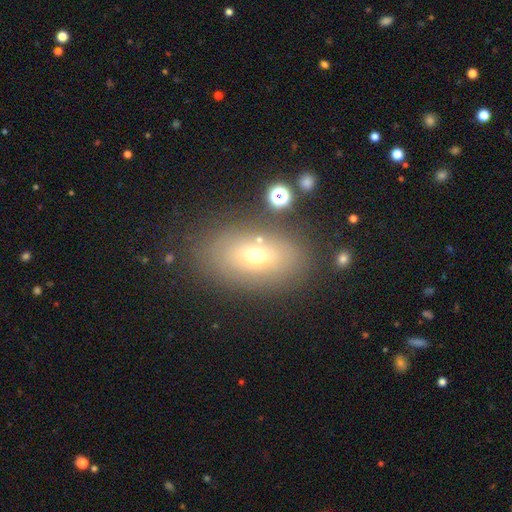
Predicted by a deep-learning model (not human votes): The model was most divided on "smooth or featured": smooth: 57%, featured or disk: 29%, star or artifact: 14%. More confident: how rounded — in between (85%); merging — none (76%).